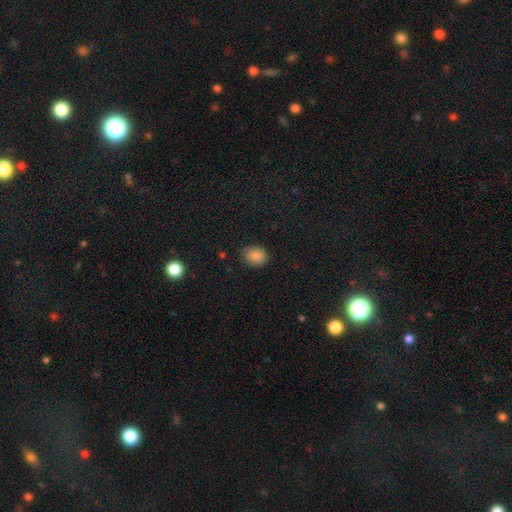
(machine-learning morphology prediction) Overall: smooth (86%). How rounded: in between (52%; round 47%). Merging: none (82%).